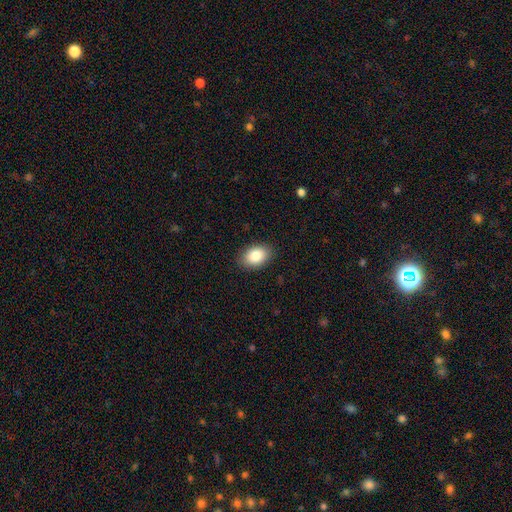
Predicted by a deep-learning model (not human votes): This is clearly a smooth galaxy (86%). How rounded: clearly in between (87%). Merging: clearly none (89%).